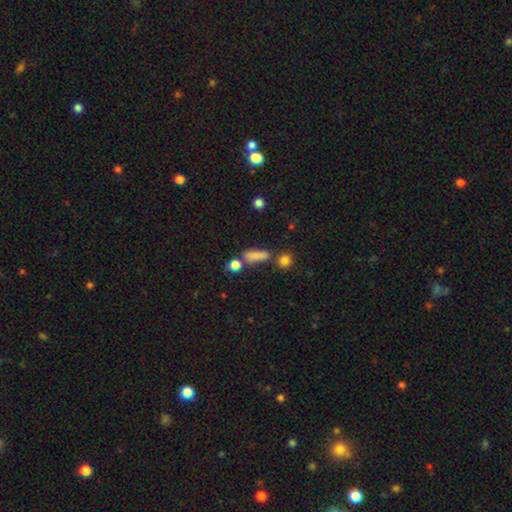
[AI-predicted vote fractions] This appears to be a smooth galaxy with no disk features (75%) that is cigar-shaped (50%). Merging: none (59%).